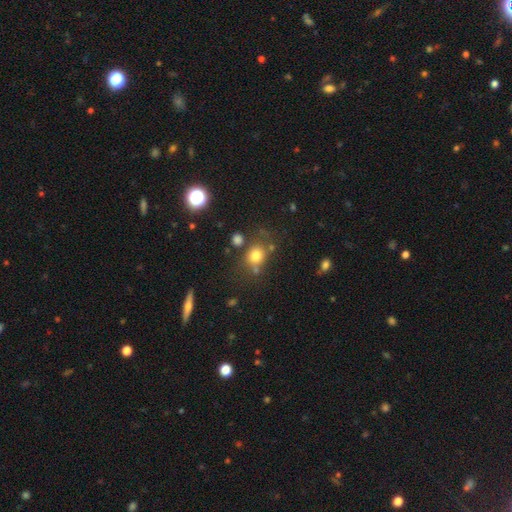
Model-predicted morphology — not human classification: Q: Smooth or featured?
A: smooth (76%); runner-up: star or artifact (15%)
Q: How rounded?
A: round (75%); runner-up: in between (24%)
Q: Merging?
A: none (66%); runner-up: minor disturbance (15%)